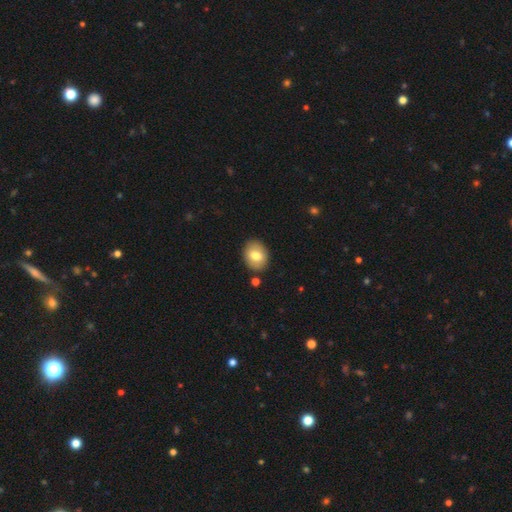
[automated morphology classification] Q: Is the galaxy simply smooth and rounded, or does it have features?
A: smooth — 75%.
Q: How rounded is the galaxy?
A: in between — 56%.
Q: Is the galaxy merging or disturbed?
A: none — 87%.